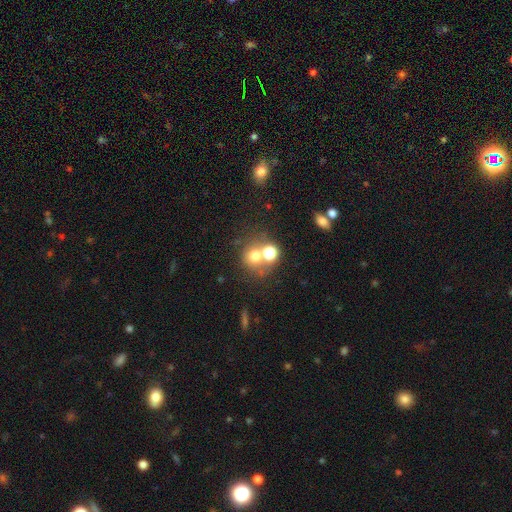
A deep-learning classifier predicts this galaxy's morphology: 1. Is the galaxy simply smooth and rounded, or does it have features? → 66% smooth, 19% star or artifact, 15% featured or disk.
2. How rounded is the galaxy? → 84% round, 15% in between, 1% cigar-shaped.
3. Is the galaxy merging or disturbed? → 49% none, 37% merger, 8% minor disturbance, 5% major disturbance.